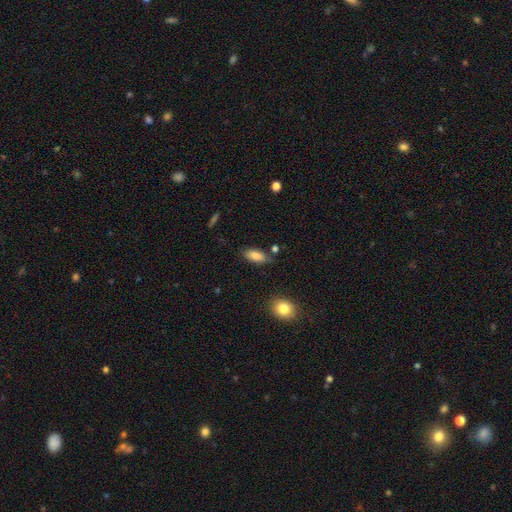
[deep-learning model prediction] Morphology: type=smooth (84%); roundness=in between (87%); merging=none (74%).